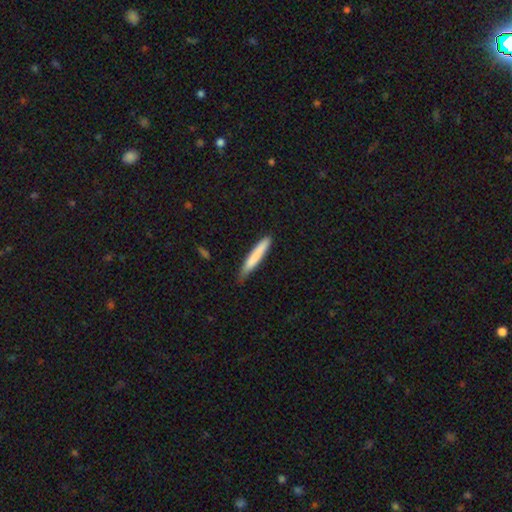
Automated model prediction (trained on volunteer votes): Q: Smooth or featured?
A: smooth (79%); runner-up: featured or disk (15%)
Q: How rounded?
A: cigar-shaped (95%); runner-up: in between (4%)
Q: Merging?
A: none (76%); runner-up: minor disturbance (20%)